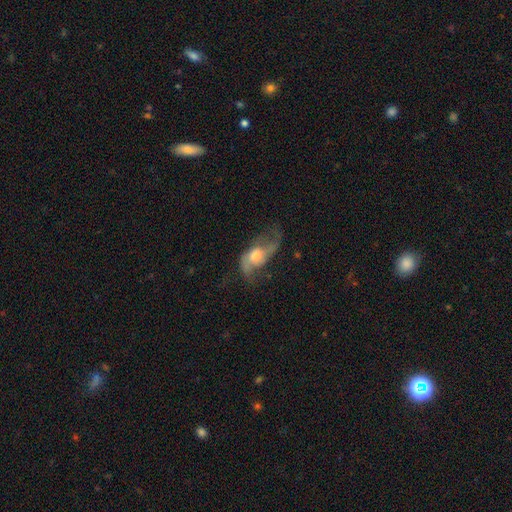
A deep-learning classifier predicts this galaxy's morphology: This is likely a featured or disk galaxy (68%). It is clearly not viewed edge-on (91%). Bar: likely no (71%). Spiral arm pattern: clearly yes (81%). Spiral arm count: clearly 2 (83%). Spiral winding: likely loose (67%). Central bulge: likely moderate (62%). Merging: marginally none (43%).